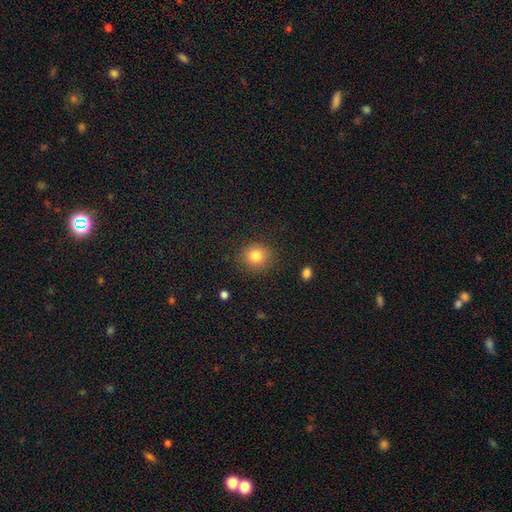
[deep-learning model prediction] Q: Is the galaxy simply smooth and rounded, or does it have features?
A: smooth — 82%.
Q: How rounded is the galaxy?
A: round — 86%.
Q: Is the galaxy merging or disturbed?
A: none — 88%.